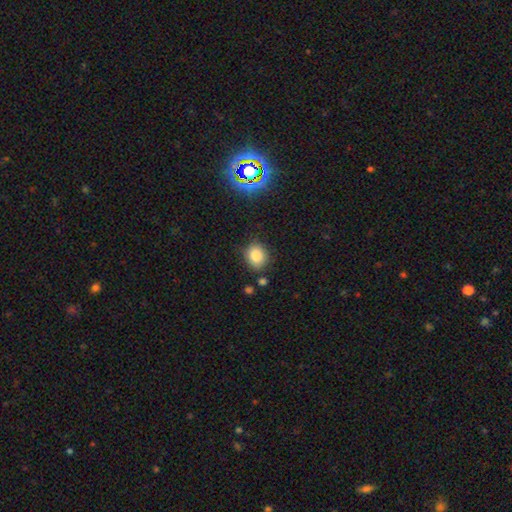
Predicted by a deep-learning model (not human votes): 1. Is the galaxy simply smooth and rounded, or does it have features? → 82% smooth, 12% star or artifact, 6% featured or disk.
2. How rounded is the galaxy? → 58% round, 41% in between, 1% cigar-shaped.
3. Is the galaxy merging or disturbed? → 78% none, 14% minor disturbance, 4% merger, 3% major disturbance.